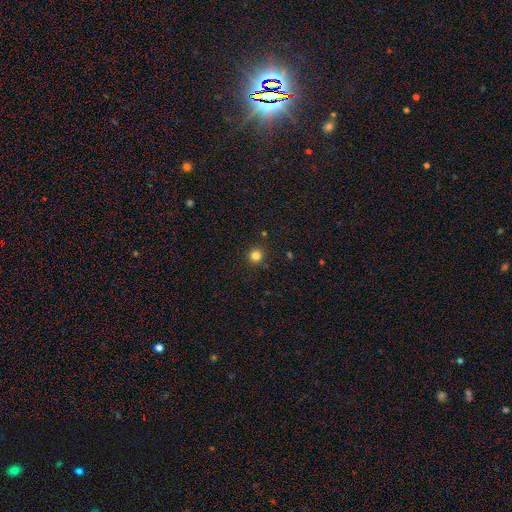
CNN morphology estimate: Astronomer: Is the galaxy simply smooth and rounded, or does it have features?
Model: smooth — 82%.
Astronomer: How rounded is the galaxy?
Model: round — 94%.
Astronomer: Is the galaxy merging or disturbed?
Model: none — 89%.